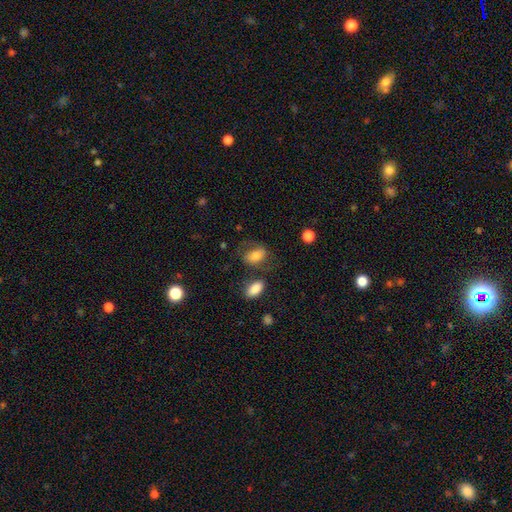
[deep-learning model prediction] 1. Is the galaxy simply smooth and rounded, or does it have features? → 63% smooth, 28% featured or disk, 9% star or artifact.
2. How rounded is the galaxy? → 80% in between, 18% round, 2% cigar-shaped.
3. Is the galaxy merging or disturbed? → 53% none, 21% minor disturbance, 16% major disturbance, 9% merger.